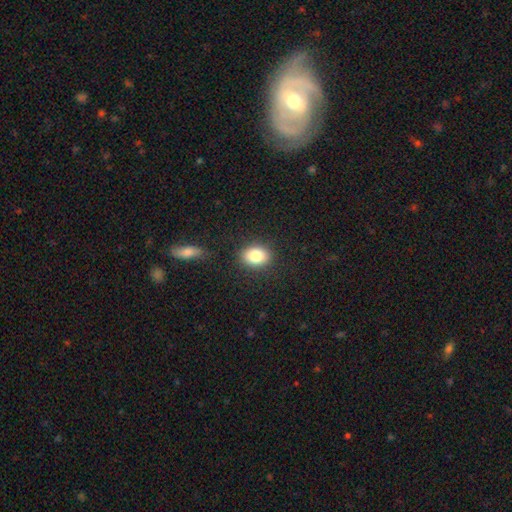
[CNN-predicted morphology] smooth 83%, star or artifact 9%, featured or disk 8%. Down the decision tree: how rounded — in between (60%); merging — none (86%).